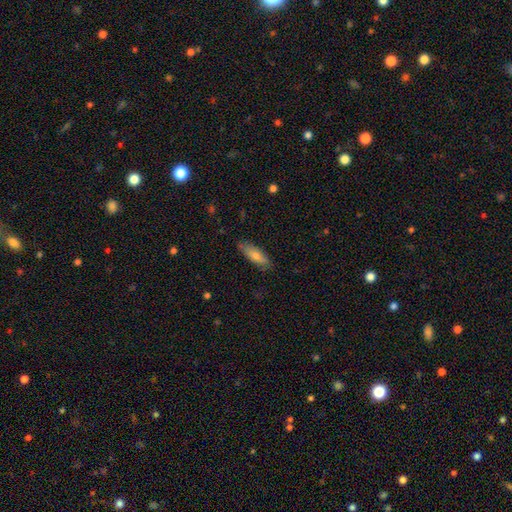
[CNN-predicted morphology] Q: Smooth or featured?
A: smooth (72%); runner-up: featured or disk (22%)
Q: How rounded?
A: in between (53%); runner-up: cigar-shaped (45%)
Q: Merging?
A: none (82%); runner-up: minor disturbance (14%)